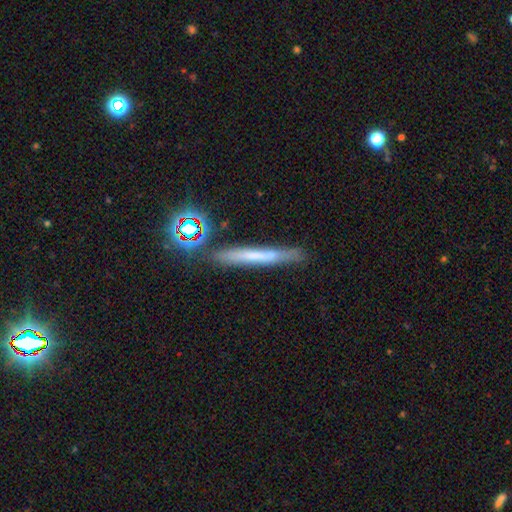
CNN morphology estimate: A smooth galaxy with no disk features (47%).

Vote fractions:
- Smooth or featured? smooth: 47% / featured or disk: 38% / star or artifact: 15%
- Merging? none: 79% / minor disturbance: 12% / merger: 5% / major disturbance: 4%